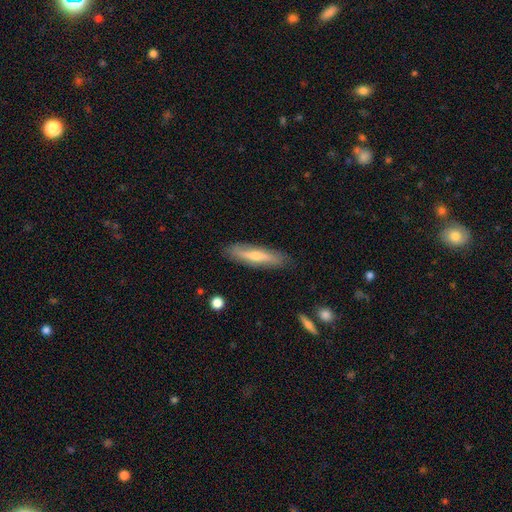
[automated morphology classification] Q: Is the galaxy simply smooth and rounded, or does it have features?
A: smooth — 49%.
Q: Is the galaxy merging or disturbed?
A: none — 86%.